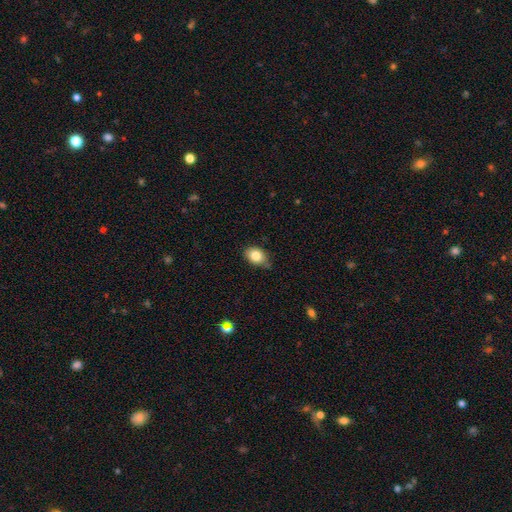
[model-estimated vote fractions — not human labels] A smooth galaxy with no disk features (83%) that is in between round and cigar-shaped (72%).

Vote fractions:
- Smooth or featured? smooth: 83% / featured or disk: 9% / star or artifact: 9%
- How rounded? in between: 72% / round: 27% / cigar-shaped: 1%
- Merging? none: 65% / minor disturbance: 29% / major disturbance: 4% / merger: 2%